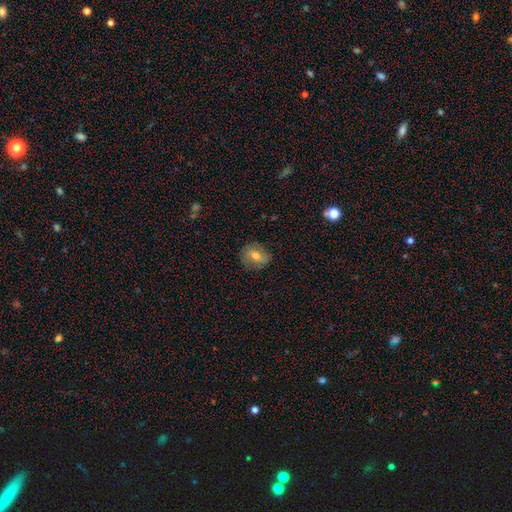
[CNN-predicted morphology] Smooth or featured? Predicted: smooth (p=0.61). How rounded? Predicted: round (p=0.56). Merging? Predicted: none (p=0.80).